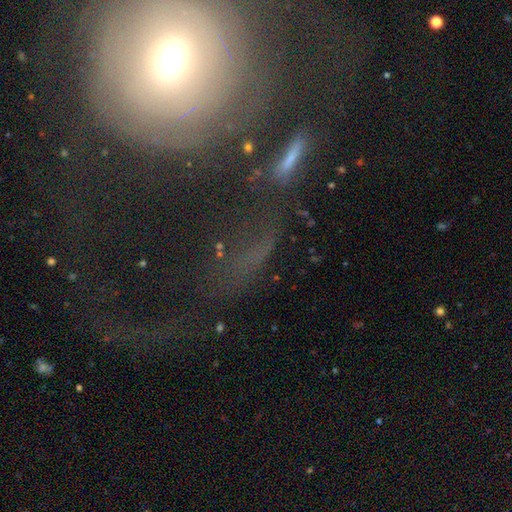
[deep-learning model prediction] A featured or disk galaxy (39%).

Vote fractions:
- Smooth or featured? featured or disk: 39% / star or artifact: 31% / smooth: 30%
- Merging? none: 43% / major disturbance: 29% / minor disturbance: 16% / merger: 12%